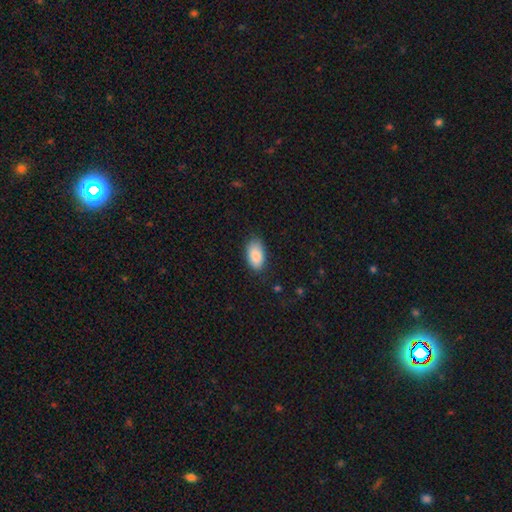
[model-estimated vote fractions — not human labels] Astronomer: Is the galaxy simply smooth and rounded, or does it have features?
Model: smooth — 88%.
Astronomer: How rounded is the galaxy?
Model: in between — 94%.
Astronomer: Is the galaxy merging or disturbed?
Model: none — 80%.